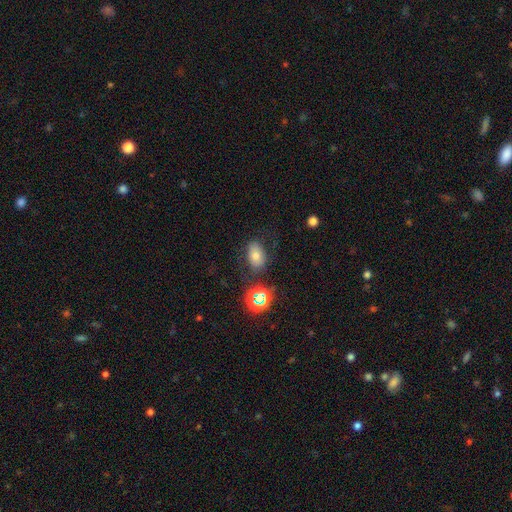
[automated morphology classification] Overall: smooth (69%). How rounded: in between (84%). Merging: none (72%).